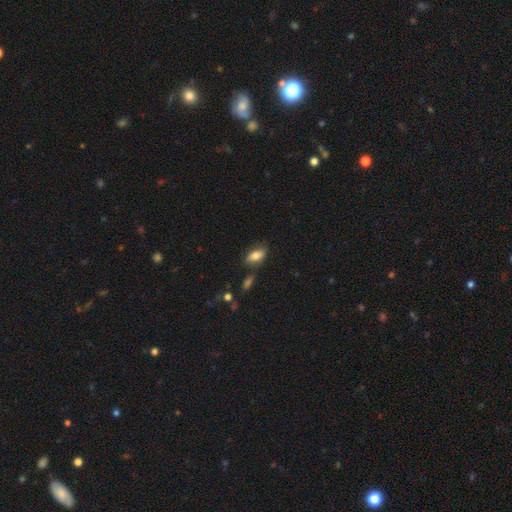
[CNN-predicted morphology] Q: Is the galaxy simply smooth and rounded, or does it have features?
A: smooth — 77%.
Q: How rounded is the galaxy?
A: in between — 89%.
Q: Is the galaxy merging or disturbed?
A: none — 73%.